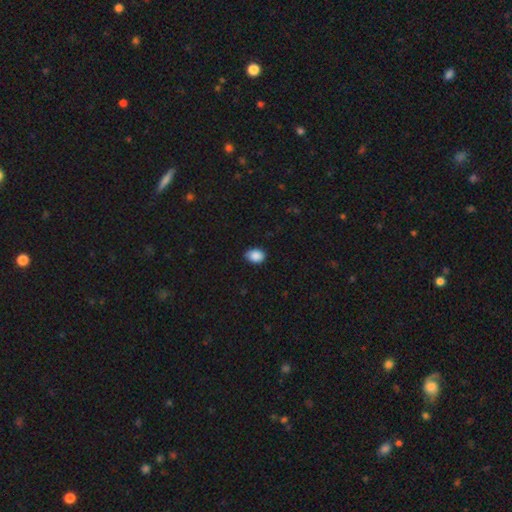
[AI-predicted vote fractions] A smooth galaxy with no disk features (89%) that is in between round and cigar-shaped (69%). Merging: none (80%).